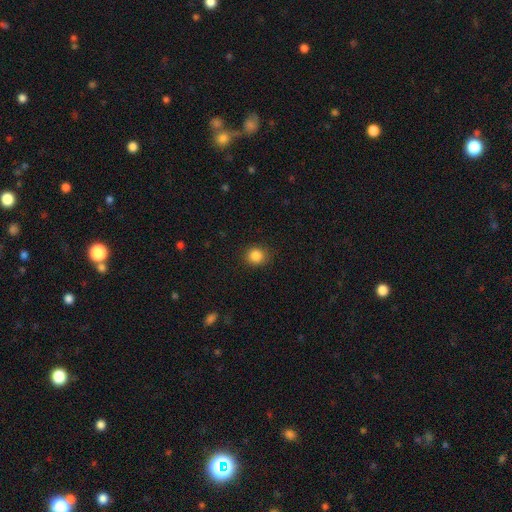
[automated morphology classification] smooth_or_featured: smooth (p=0.86) [alt: star or artifact p=0.11]
how_rounded: round (p=0.85) [alt: in between p=0.14]
merging: none (p=0.88) [alt: minor disturbance p=0.09]